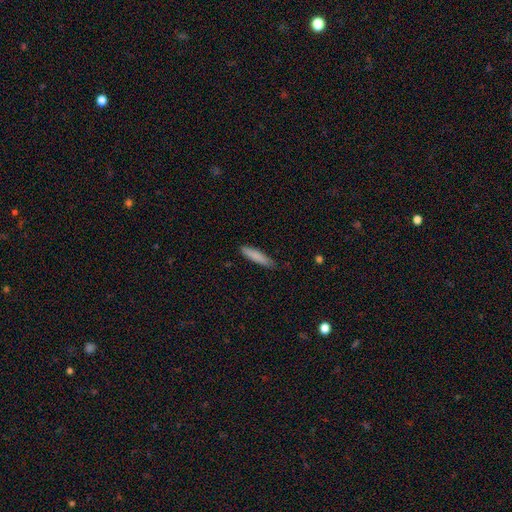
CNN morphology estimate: This is clearly a smooth galaxy (83%). How rounded: clearly cigar-shaped (84%). Merging: likely none (79%).